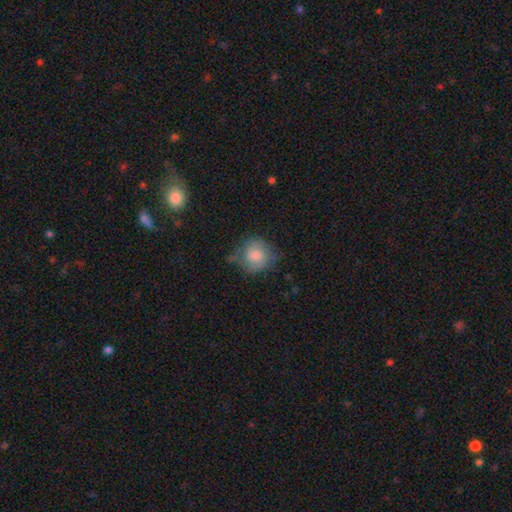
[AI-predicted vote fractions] Q: Smooth or featured?
A: smooth (66%); runner-up: featured or disk (27%)
Q: How rounded?
A: round (81%); runner-up: in between (18%)
Q: Merging?
A: none (54%); runner-up: minor disturbance (31%)